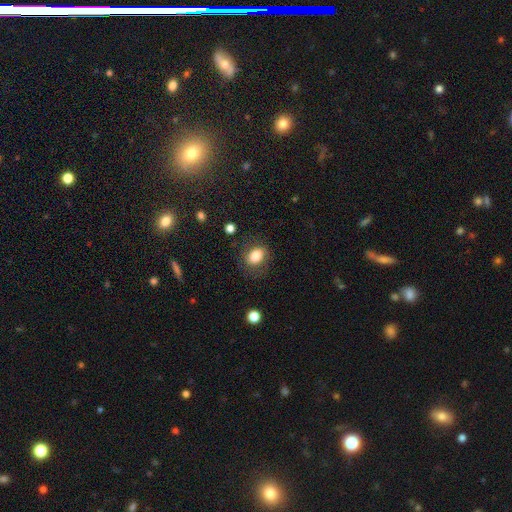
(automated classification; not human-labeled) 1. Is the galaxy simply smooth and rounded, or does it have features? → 81% smooth, 10% featured or disk, 9% star or artifact.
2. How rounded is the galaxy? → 63% in between, 36% round, 1% cigar-shaped.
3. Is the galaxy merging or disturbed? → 77% none, 15% minor disturbance, 7% major disturbance, 1% merger.